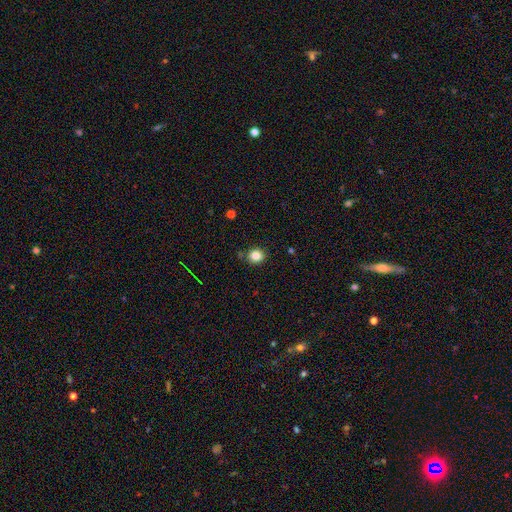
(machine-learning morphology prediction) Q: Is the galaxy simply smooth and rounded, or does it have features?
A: smooth — 84%.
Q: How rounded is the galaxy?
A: round — 84%.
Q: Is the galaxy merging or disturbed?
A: none — 84%.